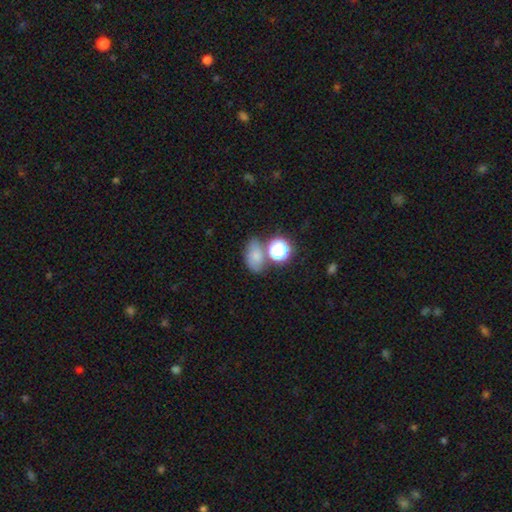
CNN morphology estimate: type=smooth (67%); roundness=in between (74%); merging=none (56%).